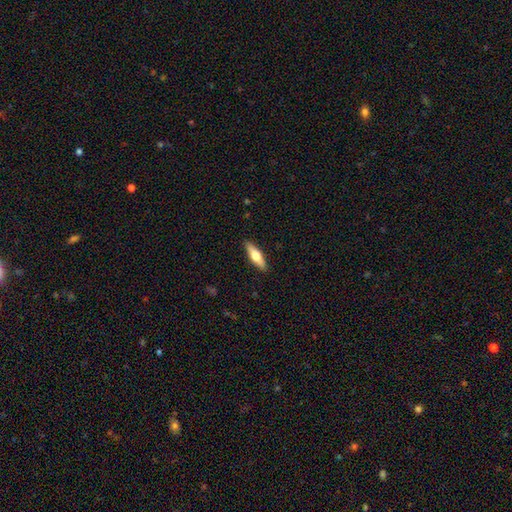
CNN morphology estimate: A smooth galaxy with no disk features (57%) that is cigar-shaped (59%).

Vote fractions:
- Smooth or featured? smooth: 57% / featured or disk: 38% / star or artifact: 5%
- How rounded? cigar-shaped: 59% / in between: 39% / round: 2%
- Merging? none: 90% / minor disturbance: 7% / major disturbance: 2% / merger: 1%